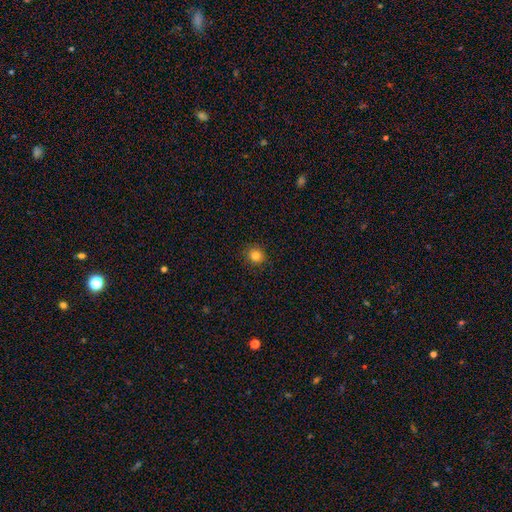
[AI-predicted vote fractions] This is clearly a smooth galaxy (82%). How rounded: clearly round (90%). Merging: clearly none (91%).